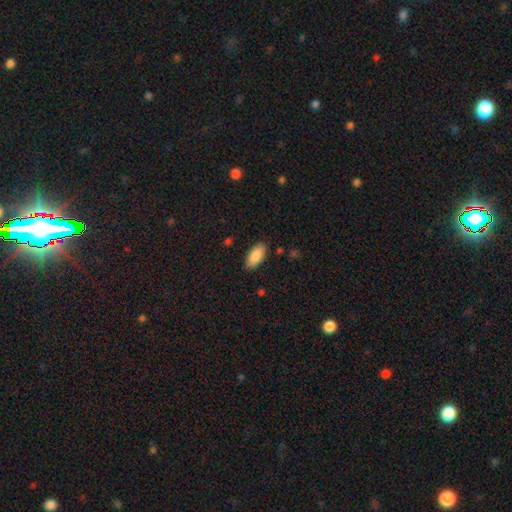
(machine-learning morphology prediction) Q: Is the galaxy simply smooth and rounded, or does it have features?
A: smooth — 88%.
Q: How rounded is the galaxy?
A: in between — 92%.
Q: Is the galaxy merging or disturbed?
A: none — 87%.